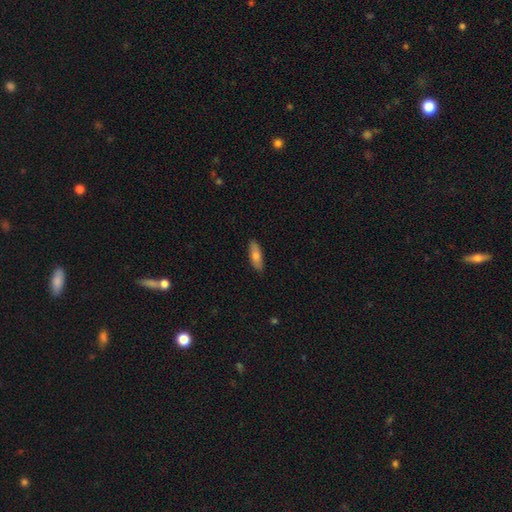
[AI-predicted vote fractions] Smooth or featured?
  - smooth: 68% *
  - featured or disk: 26%
  - star or artifact: 7%
How rounded?
  - in between: 54% *
  - cigar-shaped: 44%
  - round: 2%
Merging?
  - none: 88% *
  - minor disturbance: 9%
  - major disturbance: 2%
  - merger: 1%